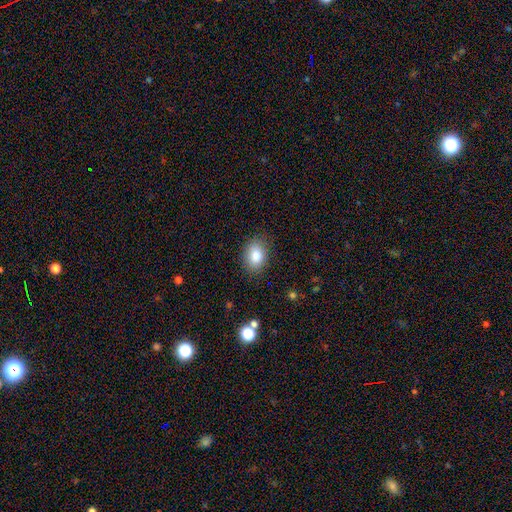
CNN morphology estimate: A smooth galaxy with no disk features (85%) that is in between round and cigar-shaped (83%). Merging: none (85%).